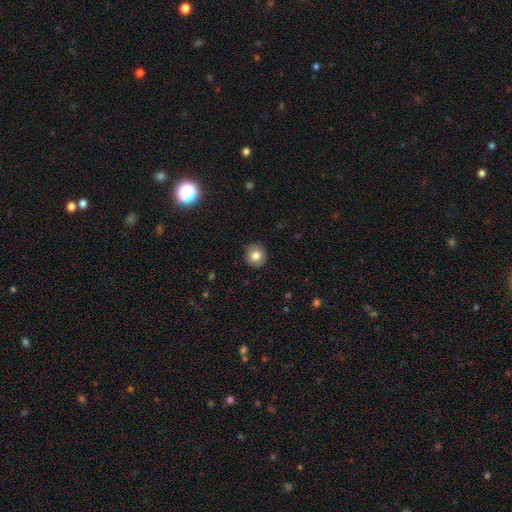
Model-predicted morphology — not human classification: This appears to be a smooth galaxy with no disk features (80%) that is round (91%). Merging: none (90%).